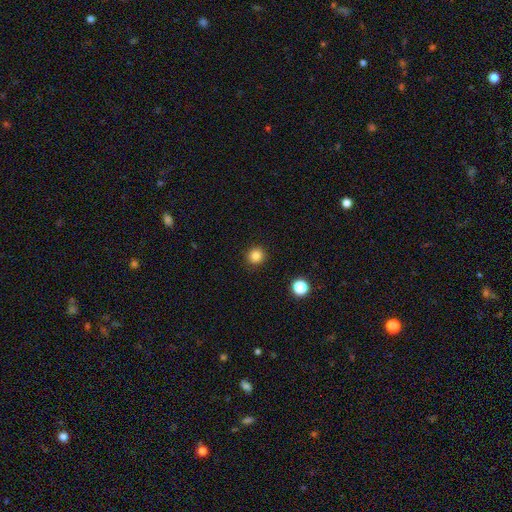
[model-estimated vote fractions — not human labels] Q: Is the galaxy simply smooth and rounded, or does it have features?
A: smooth — 84%.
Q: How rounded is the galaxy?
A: round — 93%.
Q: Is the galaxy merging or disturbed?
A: none — 91%.